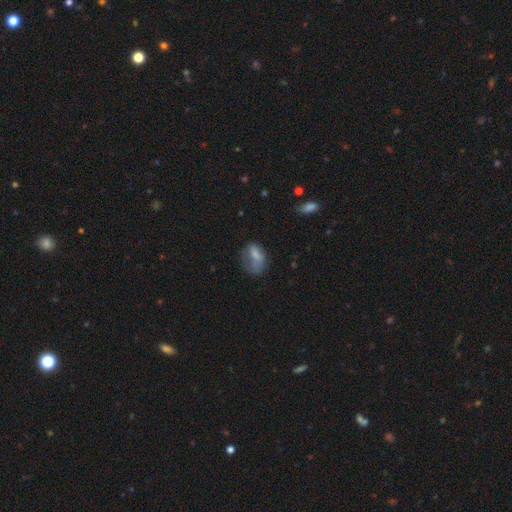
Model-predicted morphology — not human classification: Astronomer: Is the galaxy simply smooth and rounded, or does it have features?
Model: smooth — 67%.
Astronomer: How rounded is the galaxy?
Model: in between — 78%.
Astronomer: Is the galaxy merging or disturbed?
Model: major disturbance — 35% (runner-up: none, 33%).